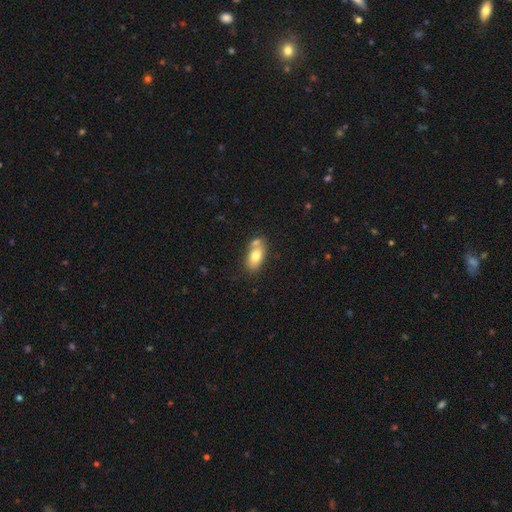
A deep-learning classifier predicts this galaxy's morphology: Q: Smooth or featured?
A: smooth (75%); runner-up: featured or disk (18%)
Q: How rounded?
A: in between (89%); runner-up: cigar-shaped (6%)
Q: Merging?
A: none (54%); runner-up: merger (27%)